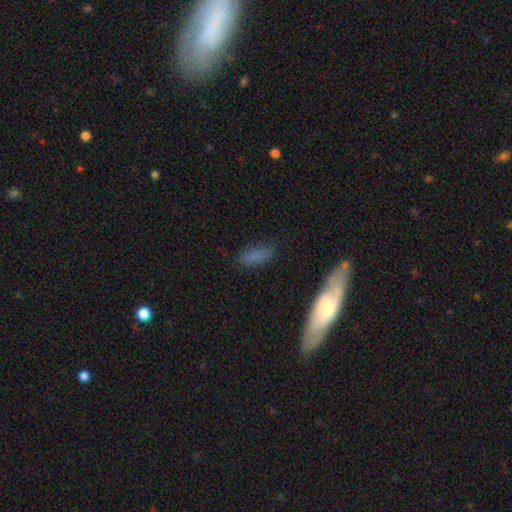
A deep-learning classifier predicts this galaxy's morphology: The model was most divided on "how rounded": in between: 67%, cigar-shaped: 29%, round: 4%. More confident: smooth or featured — smooth (74%); merging — none (70%).